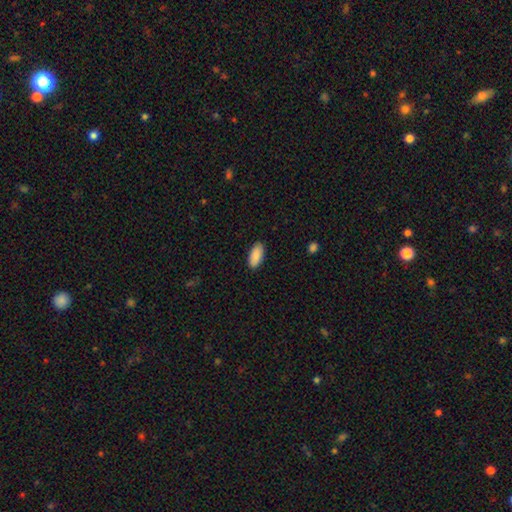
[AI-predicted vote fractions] This is clearly a smooth galaxy (89%). How rounded: clearly in between (91%). Merging: clearly none (89%).